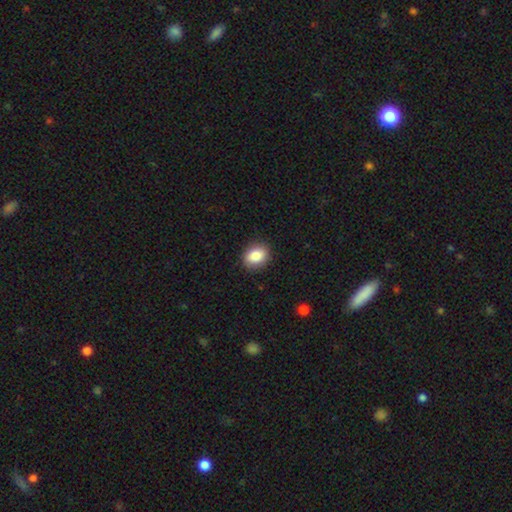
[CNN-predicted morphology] smooth 85%, star or artifact 8%, featured or disk 6%. Down the decision tree: how rounded — in between (57%); merging — none (89%).